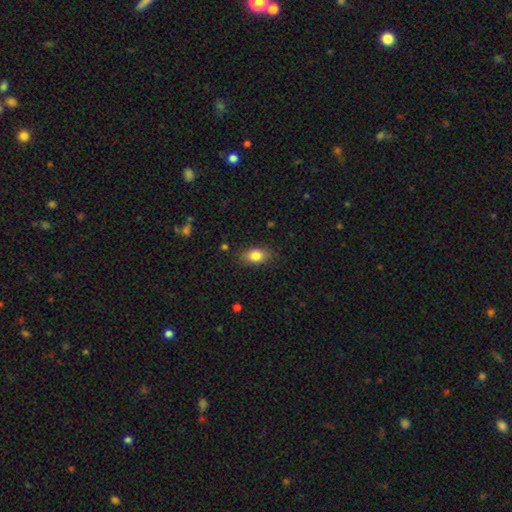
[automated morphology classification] The model was most divided on "how rounded": in between: 81%, round: 16%, cigar-shaped: 3%. More confident: merging — none (83%); smooth or featured — smooth (82%).